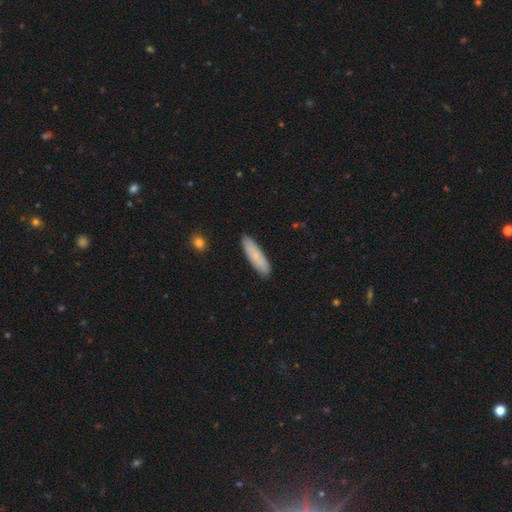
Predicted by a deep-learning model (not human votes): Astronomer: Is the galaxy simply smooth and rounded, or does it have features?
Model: smooth — 79%.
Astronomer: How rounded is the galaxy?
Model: cigar-shaped — 69%.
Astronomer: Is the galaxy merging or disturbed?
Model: none — 88%.